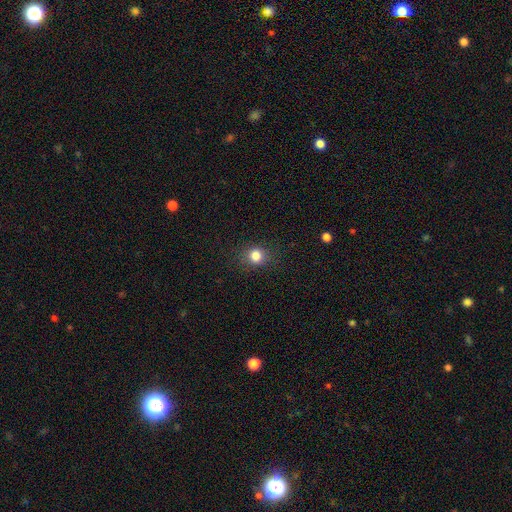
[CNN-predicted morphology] Smooth or featured?
  - smooth: 82% *
  - star or artifact: 13%
  - featured or disk: 6%
How rounded?
  - round: 76% *
  - in between: 23%
  - cigar-shaped: 1%
Merging?
  - none: 85% *
  - minor disturbance: 10%
  - major disturbance: 4%
  - merger: 1%